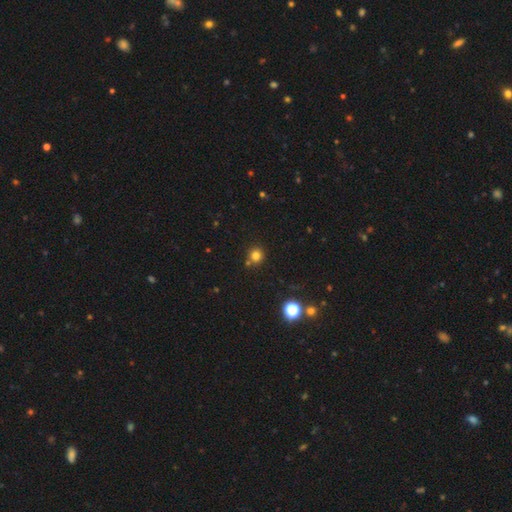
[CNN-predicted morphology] Smooth or featured? Predicted: smooth (p=0.78). How rounded? Predicted: round (p=0.92). Merging? Predicted: none (p=0.79).